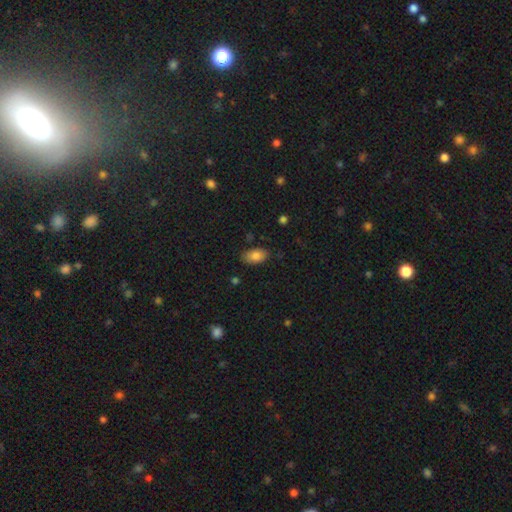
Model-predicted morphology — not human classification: Smooth or featured? smooth (83%)
How rounded? in between (93%)
Merging? none (81%)